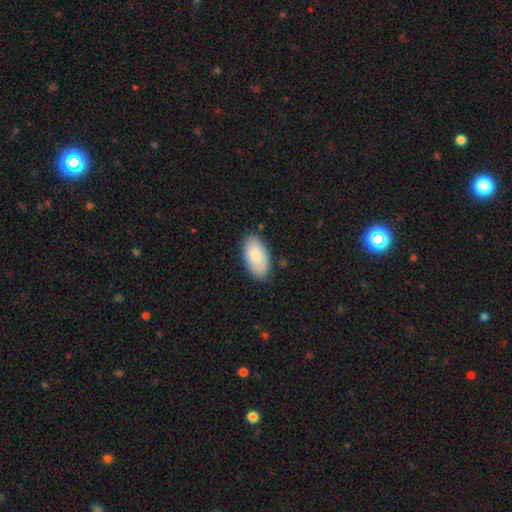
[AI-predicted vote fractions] A smooth galaxy with no disk features (83%) that is in between round and cigar-shaped (95%). Merging: none (82%).